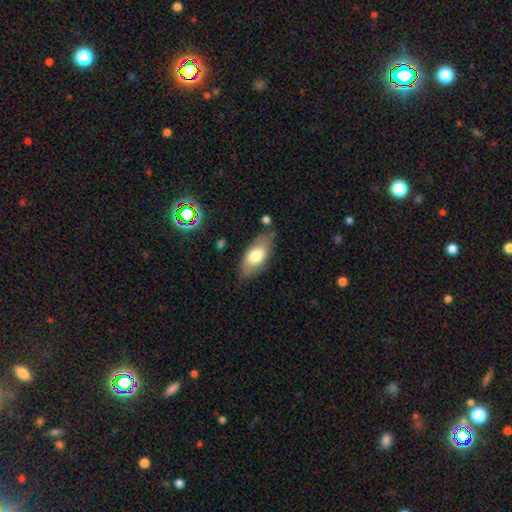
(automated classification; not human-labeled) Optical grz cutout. It shows a smooth galaxy with no disk features (71%) that is in between round and cigar-shaped (90%). Merging: none (74%).